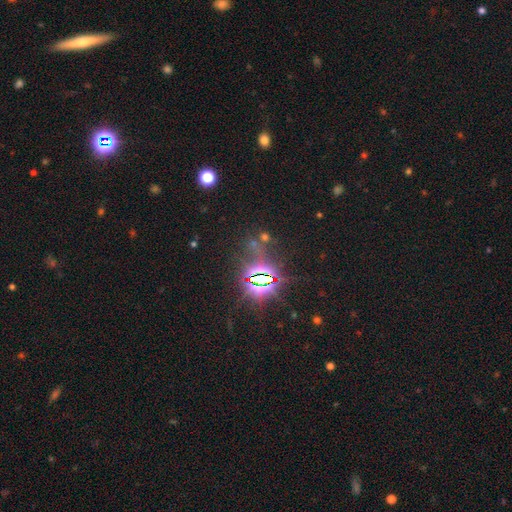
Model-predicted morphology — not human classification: Q: Smooth or featured?
A: star or artifact (82%); runner-up: smooth (11%)